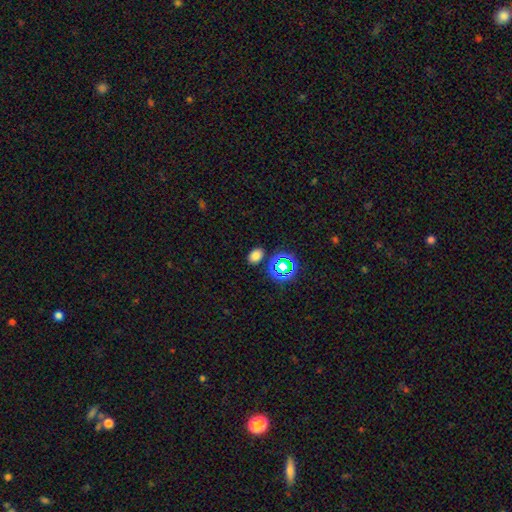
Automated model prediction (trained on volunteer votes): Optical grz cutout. It shows a smooth galaxy with no disk features (70%) that is in between round and cigar-shaped (78%). Merging: none (84%).